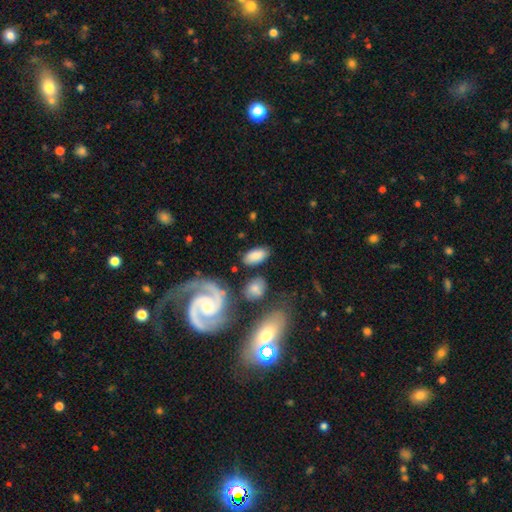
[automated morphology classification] Smooth or featured: smooth — 71% (featured or disk — 22%)
How rounded: in between — 93% (round — 4%)
Merging: none — 75% (minor disturbance — 14%)